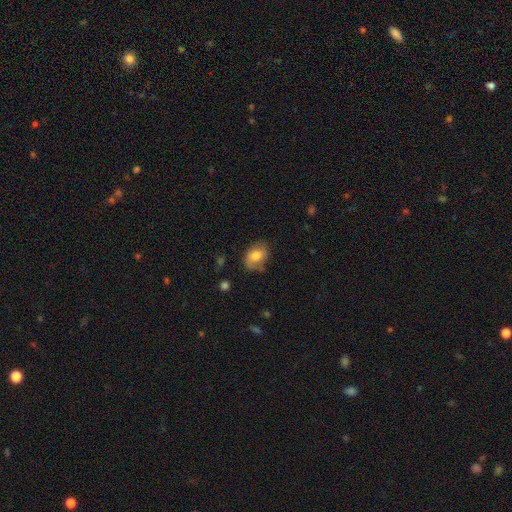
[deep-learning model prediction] smooth 72%, featured or disk 20%, star or artifact 8%. Down the decision tree: how rounded — in between (75%); merging — none (62%).